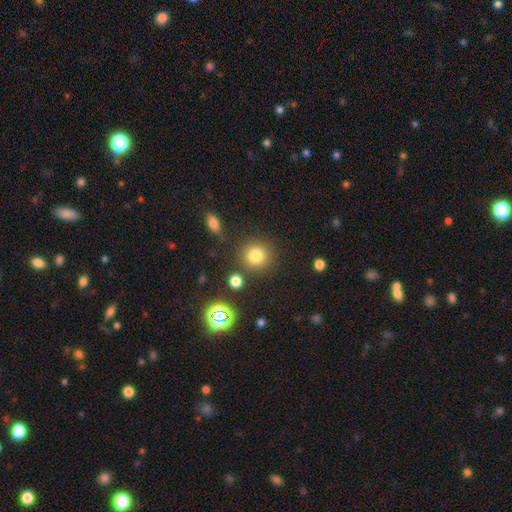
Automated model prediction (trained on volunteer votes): The model was most divided on "smooth or featured": smooth: 79%, star or artifact: 15%, featured or disk: 7%. More confident: how rounded — round (92%); merging — none (84%).